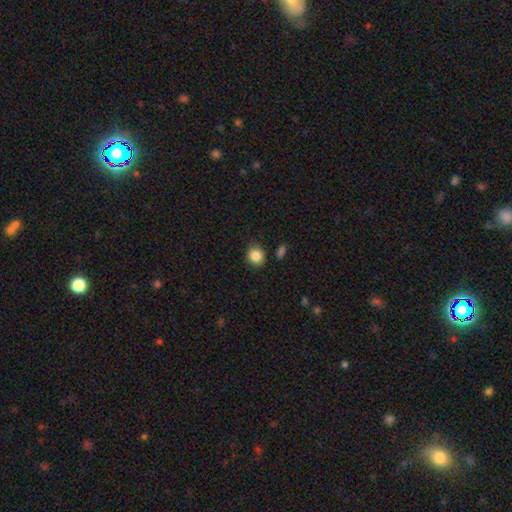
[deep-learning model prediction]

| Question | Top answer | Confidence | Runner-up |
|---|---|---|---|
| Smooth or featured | smooth | 86% | star or artifact (10%) |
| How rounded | round | 80% | in between (19%) |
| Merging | none | 85% | minor disturbance (10%) |